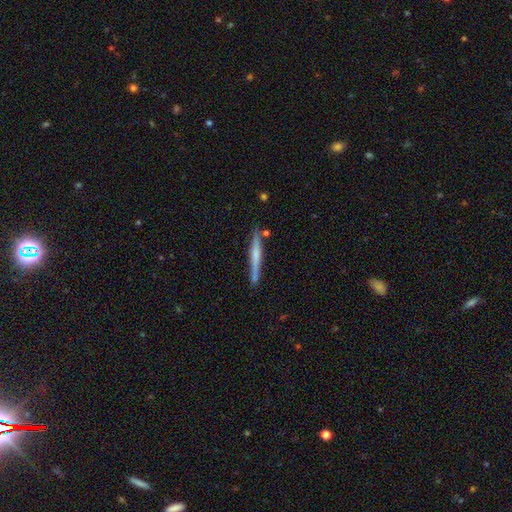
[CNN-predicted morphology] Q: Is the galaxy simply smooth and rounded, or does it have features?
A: featured or disk — 61%.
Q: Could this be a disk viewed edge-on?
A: yes — 98%.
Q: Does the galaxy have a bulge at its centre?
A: rounded — 54%.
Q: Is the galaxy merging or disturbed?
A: none — 84%.